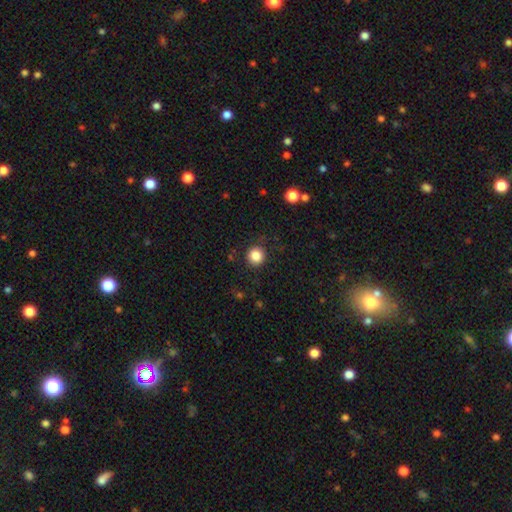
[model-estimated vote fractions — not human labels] smooth_or_featured: smooth (p=0.85) [alt: star or artifact p=0.10]
how_rounded: round (p=0.92) [alt: in between p=0.07]
merging: none (p=0.88) [alt: minor disturbance p=0.08]